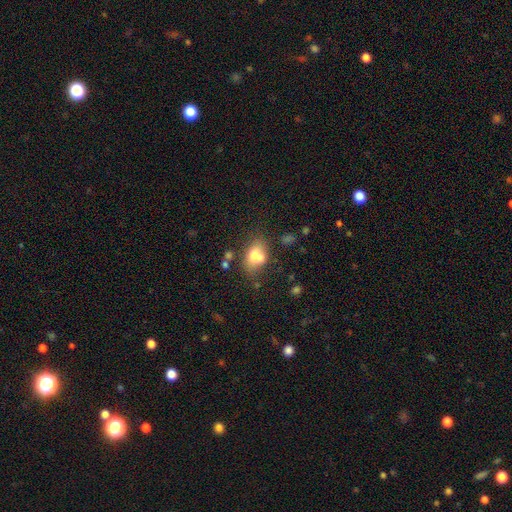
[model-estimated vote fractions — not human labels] This appears to be a smooth galaxy with no disk features (68%) that is in between round and cigar-shaped (72%). Merging: merger (38%).